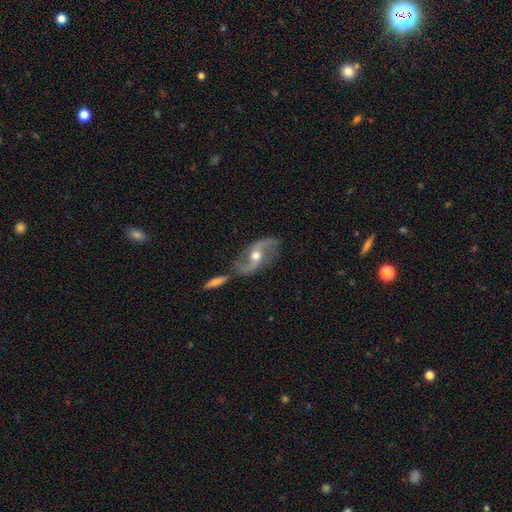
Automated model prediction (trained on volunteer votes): Smooth or featured? Predicted: featured or disk (p=0.86). Edge-on disk? Predicted: no (p=0.94). Bar? Predicted: no (p=0.43). Spiral arms? Predicted: yes (p=0.94). Spiral winding? Predicted: loose (p=0.63). Spiral arm count? Predicted: 2 (p=0.92). Bulge size? Predicted: moderate (p=0.74). Merging? Predicted: none (p=0.67).